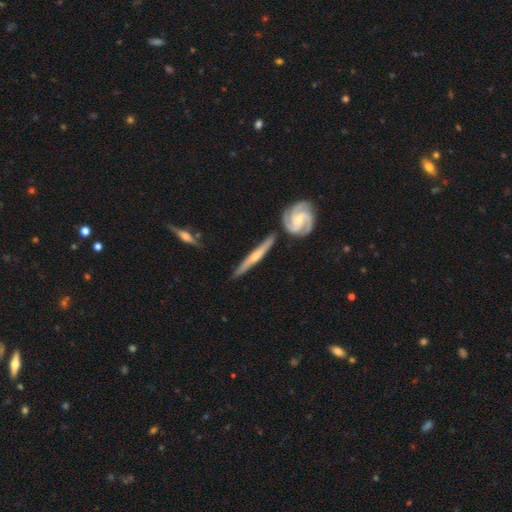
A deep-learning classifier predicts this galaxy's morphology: A featured or disk galaxy (74%) viewed edge-on (85%) with a rounded central bulge (71%). Merging: none (81%).